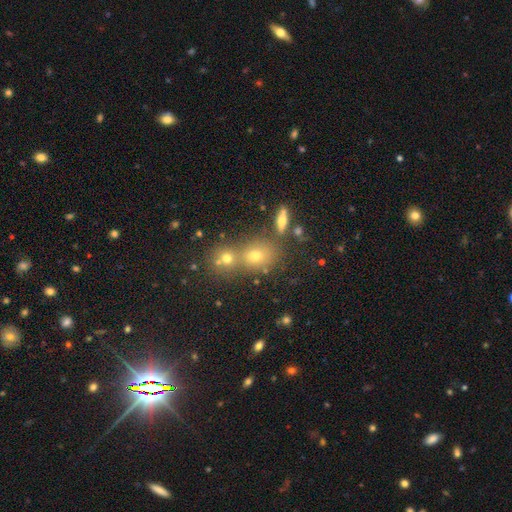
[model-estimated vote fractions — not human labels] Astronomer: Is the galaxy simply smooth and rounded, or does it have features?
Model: smooth — 66%.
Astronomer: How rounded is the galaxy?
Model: round — 59% (runner-up: in between, 38%).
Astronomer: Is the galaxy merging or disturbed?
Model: none — 48% (runner-up: merger, 38%).